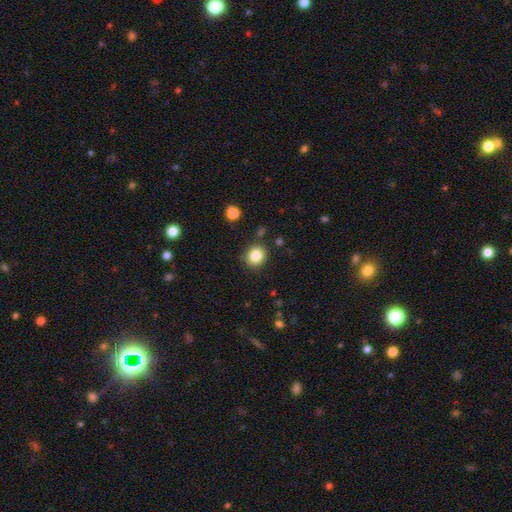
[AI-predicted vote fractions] A smooth galaxy with no disk features (84%) that is round (83%). Merging: none (85%).